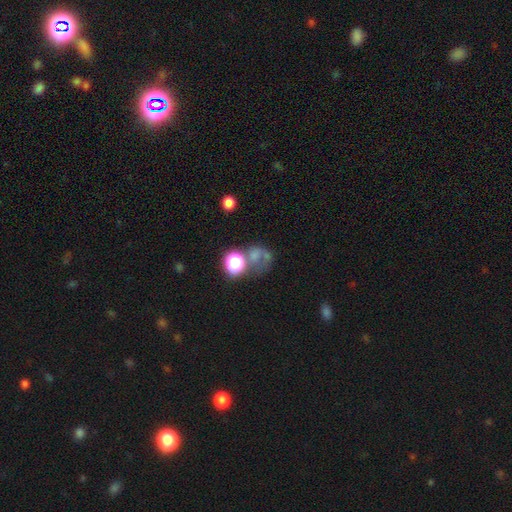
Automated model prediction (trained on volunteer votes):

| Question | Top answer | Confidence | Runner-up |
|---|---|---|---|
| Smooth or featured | smooth | 53% | star or artifact (27%) |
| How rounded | round | 69% | in between (29%) |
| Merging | none | 33% | merger (27%) |